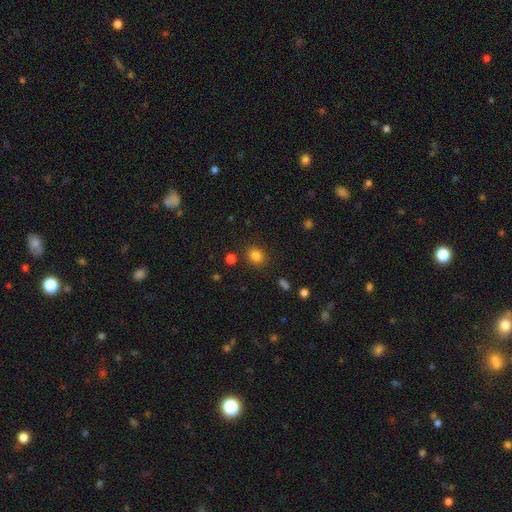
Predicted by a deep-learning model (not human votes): Smooth or featured: smooth — 83% (star or artifact — 13%)
How rounded: round — 69% (in between — 30%)
Merging: none — 85% (minor disturbance — 8%)